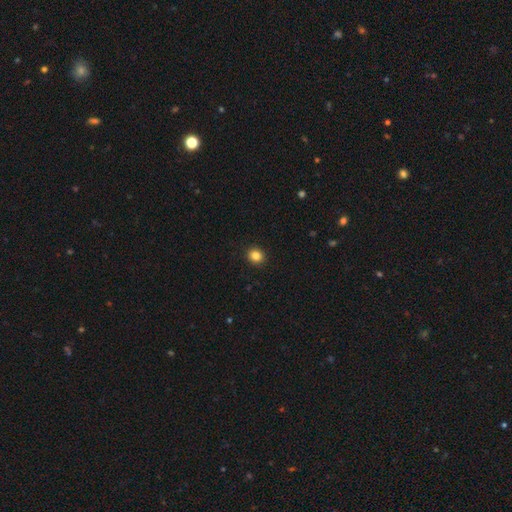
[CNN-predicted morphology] Overall: smooth (85%). How rounded: round (81%). Merging: none (92%).